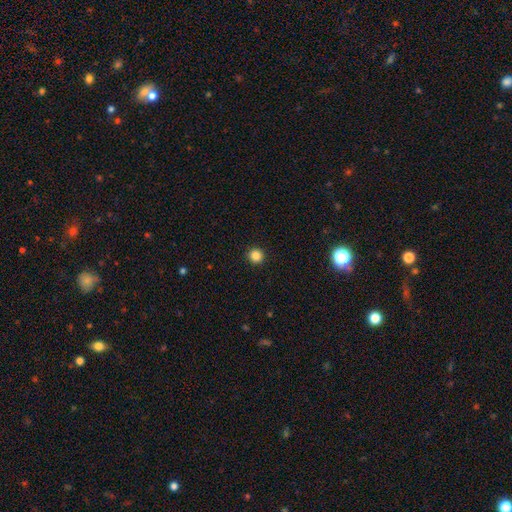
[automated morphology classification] Overall: smooth (85%). How rounded: round (96%). Merging: none (94%).